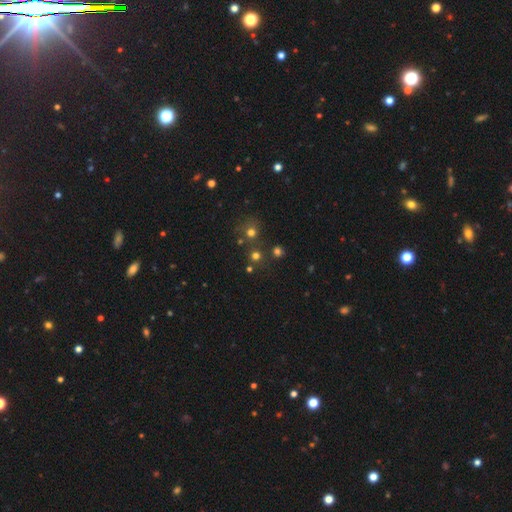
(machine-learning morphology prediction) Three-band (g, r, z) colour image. It shows a smooth galaxy with no disk features (61%) that is round (91%). Merging: none (71%).